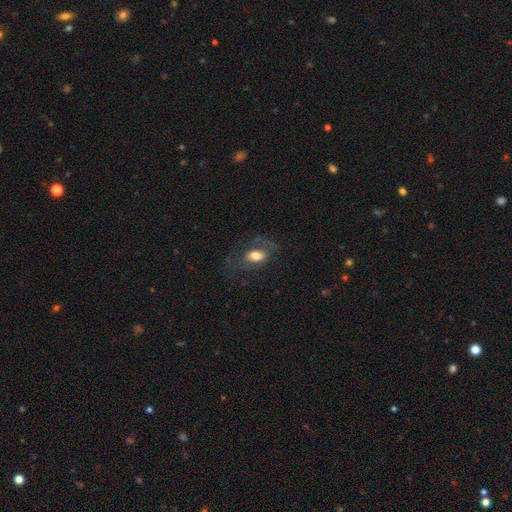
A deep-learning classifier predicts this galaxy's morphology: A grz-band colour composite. It shows a smooth galaxy with no disk features (55%) that is in between round and cigar-shaped (84%). Merging: none (49%).